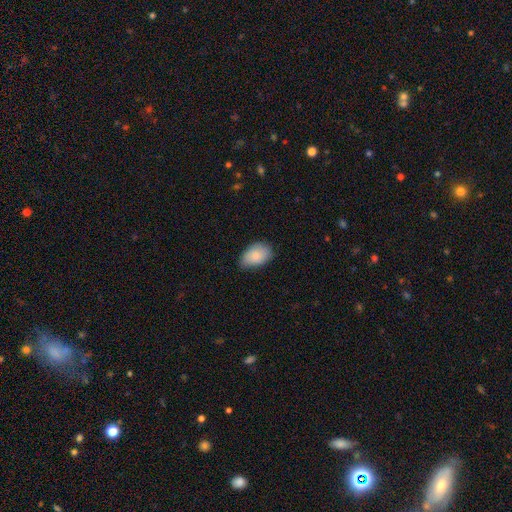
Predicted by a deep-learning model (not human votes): The model was most divided on "merging": none: 66%, minor disturbance: 29%, major disturbance: 4%, merger: 1%. More confident: how rounded — in between (89%); smooth or featured — smooth (85%).